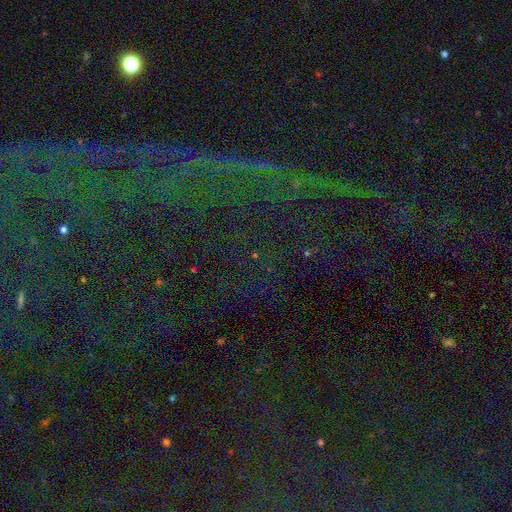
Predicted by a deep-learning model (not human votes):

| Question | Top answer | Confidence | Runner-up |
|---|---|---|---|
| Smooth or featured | star or artifact | 80% | smooth (11%) |